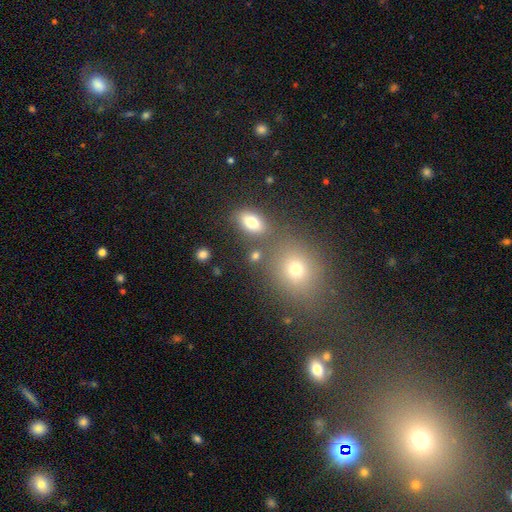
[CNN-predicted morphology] A smooth galaxy with no disk features (75%) that is in between round and cigar-shaped (58%).

Vote fractions:
- Smooth or featured? smooth: 75% / star or artifact: 15% / featured or disk: 9%
- How rounded? in between: 58% / round: 38% / cigar-shaped: 3%
- Merging? none: 71% / merger: 14% / minor disturbance: 10% / major disturbance: 5%